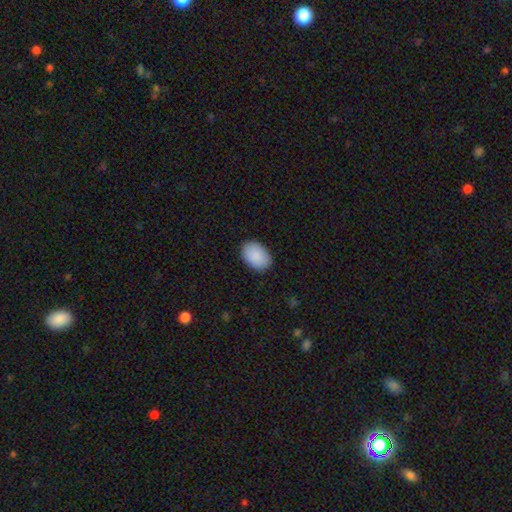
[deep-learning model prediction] smooth-or-featured: smooth: 91% | star or artifact: 6% | featured or disk: 3%
  how-rounded: in between: 88% | round: 11% | cigar-shaped: 1%
  merging: none: 88% | minor disturbance: 9% | major disturbance: 2% | merger: 1%